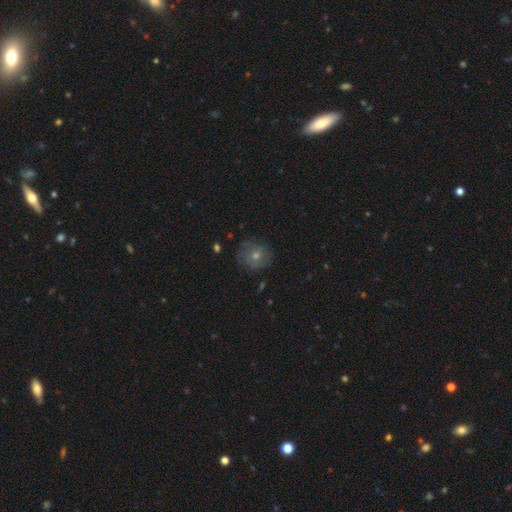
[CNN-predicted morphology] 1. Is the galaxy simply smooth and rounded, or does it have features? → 46% smooth, 35% featured or disk, 19% star or artifact.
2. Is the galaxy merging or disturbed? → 81% none, 14% minor disturbance, 4% major disturbance, 1% merger.